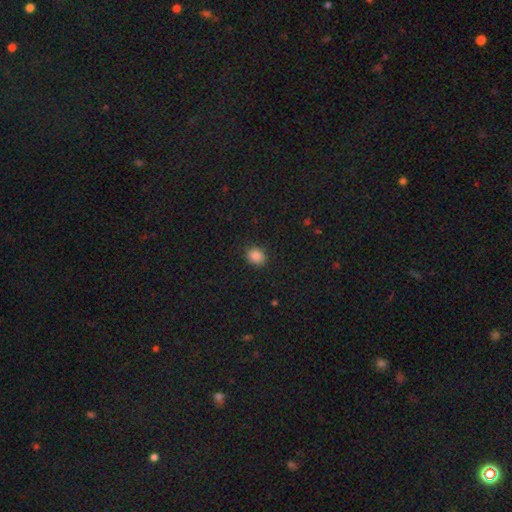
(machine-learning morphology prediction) Smooth or featured? smooth (86%)
How rounded? round (68%)
Merging? none (87%)